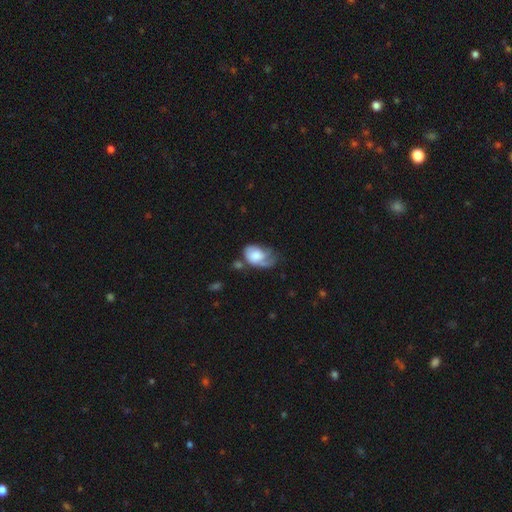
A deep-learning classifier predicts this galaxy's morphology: A smooth galaxy with no disk features (55%) that is in between round and cigar-shaped (80%).

Vote fractions:
- Smooth or featured? smooth: 55% / featured or disk: 38% / star or artifact: 7%
- How rounded? in between: 80% / round: 18% / cigar-shaped: 1%
- Merging? major disturbance: 36% / minor disturbance: 30% / none: 25% / merger: 9%